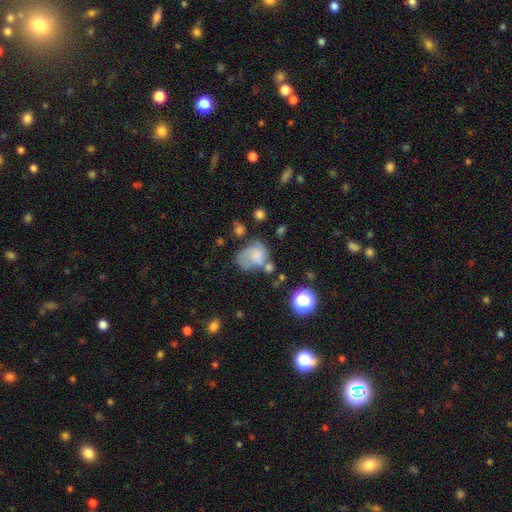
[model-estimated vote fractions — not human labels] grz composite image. It shows a smooth galaxy with no disk features (57%) that is in between round and cigar-shaped (60%). Merging: major disturbance (29%, tied with none).